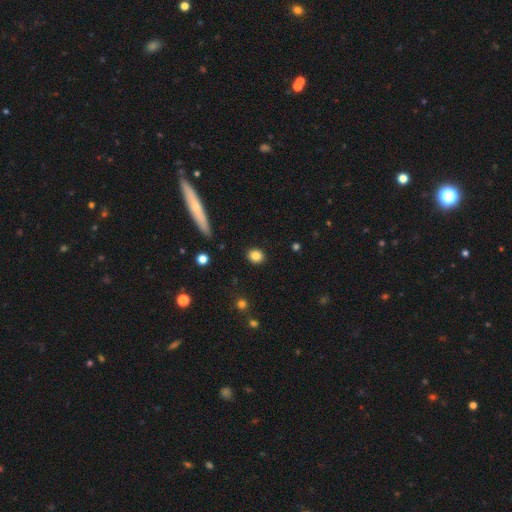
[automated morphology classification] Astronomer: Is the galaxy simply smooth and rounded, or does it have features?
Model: smooth — 85%.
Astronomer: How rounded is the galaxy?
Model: round — 68%.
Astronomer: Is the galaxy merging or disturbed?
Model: none — 89%.